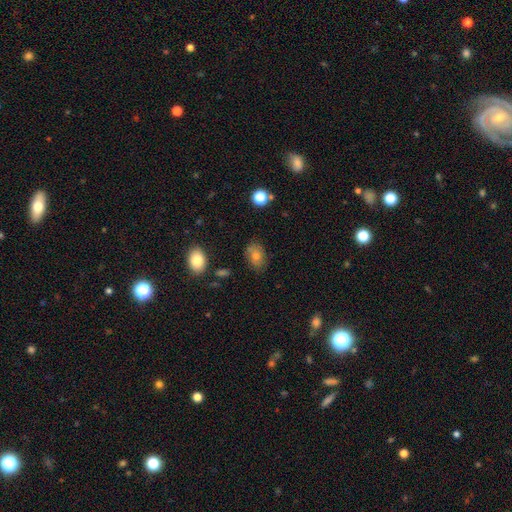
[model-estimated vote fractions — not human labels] smooth_or_featured: smooth (p=0.64) [alt: featured or disk p=0.21]
how_rounded: in between (p=0.80) [alt: round p=0.18]
merging: none (p=0.77) [alt: minor disturbance p=0.16]